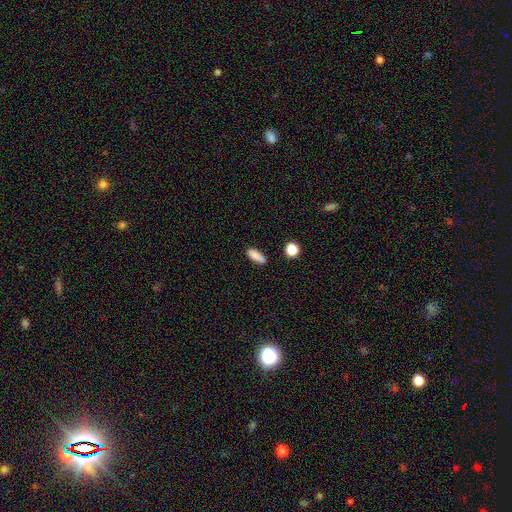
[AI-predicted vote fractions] This appears to be a smooth galaxy with no disk features (84%) that is in between round and cigar-shaped (61%). Merging: none (72%).